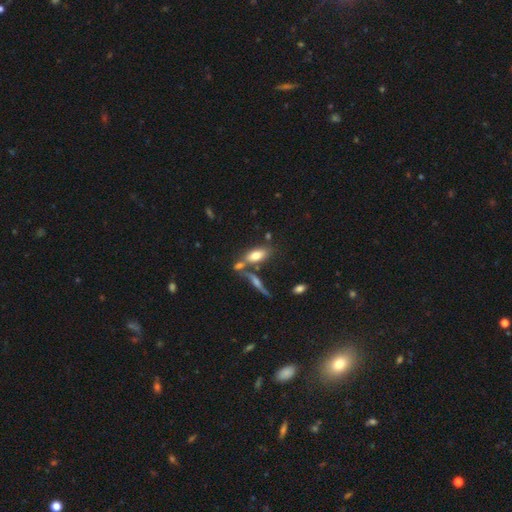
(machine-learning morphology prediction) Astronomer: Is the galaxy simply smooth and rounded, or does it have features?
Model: smooth — 70%.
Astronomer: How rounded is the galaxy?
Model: in between — 82%.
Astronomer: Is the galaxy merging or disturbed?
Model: none — 55%.